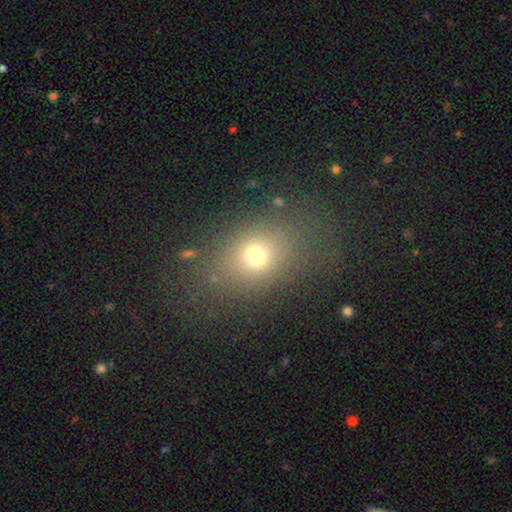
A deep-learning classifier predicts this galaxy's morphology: Q: Smooth or featured?
A: smooth (71%); runner-up: star or artifact (17%)
Q: How rounded?
A: in between (61%); runner-up: round (36%)
Q: Merging?
A: none (74%); runner-up: minor disturbance (13%)